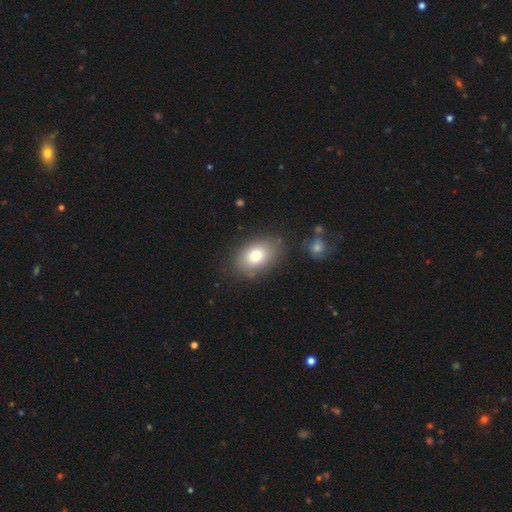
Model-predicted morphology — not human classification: Smooth or featured? Predicted: smooth (p=0.78). How rounded? Predicted: in between (p=0.82). Merging? Predicted: none (p=0.79).